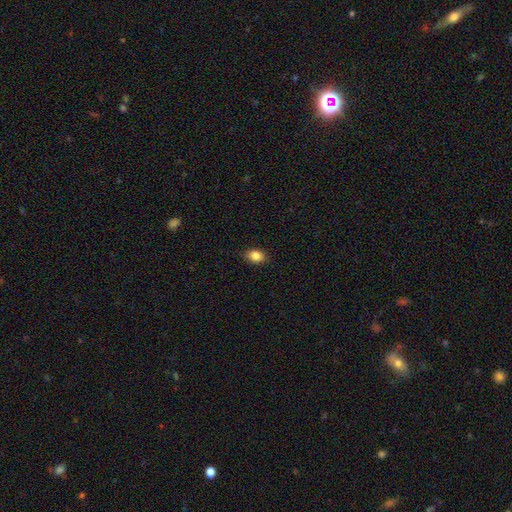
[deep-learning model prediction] smooth-or-featured: smooth: 85% | star or artifact: 9% | featured or disk: 5%
  how-rounded: in between: 73% | round: 26% | cigar-shaped: 1%
  merging: none: 87% | minor disturbance: 10% | major disturbance: 2% | merger: 1%